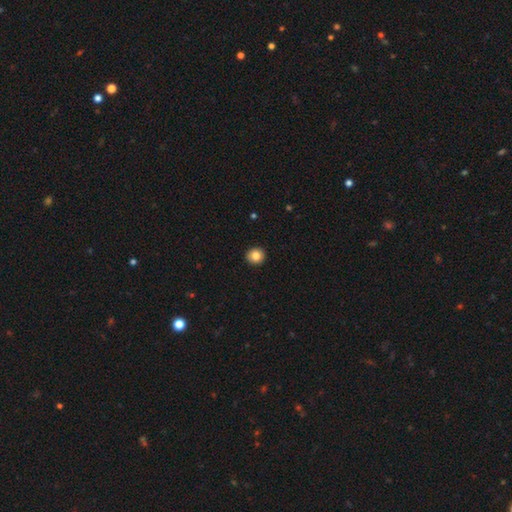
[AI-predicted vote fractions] A smooth galaxy with no disk features (83%) that is round (93%). Merging: none (93%).